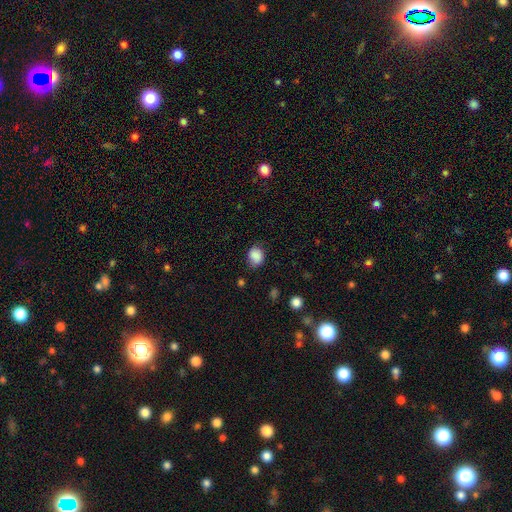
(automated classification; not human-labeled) smooth_or_featured: smooth (p=0.85) [alt: star or artifact p=0.09]
how_rounded: round (p=0.53) [alt: in between p=0.46]
merging: none (p=0.65) [alt: minor disturbance p=0.27]